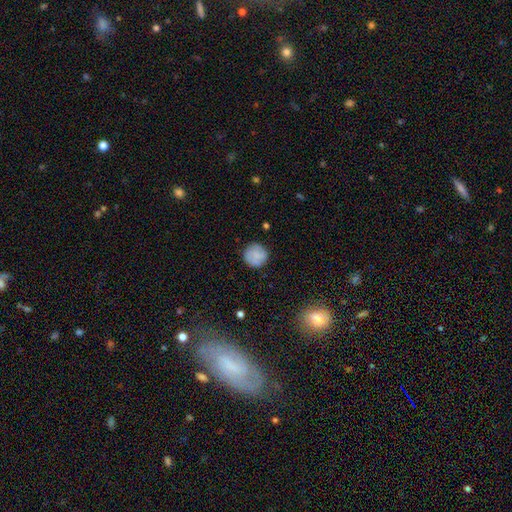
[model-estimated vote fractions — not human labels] smooth-or-featured: smooth: 67% | featured or disk: 25% | star or artifact: 8%
  how-rounded: round: 92% | in between: 7% | cigar-shaped: 1%
  merging: none: 83% | minor disturbance: 12% | major disturbance: 4% | merger: 2%